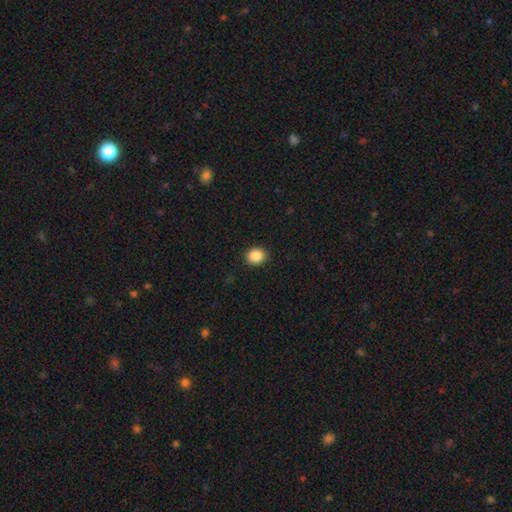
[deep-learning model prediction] Smooth or featured? smooth (87%)
How rounded? round (72%)
Merging? none (91%)